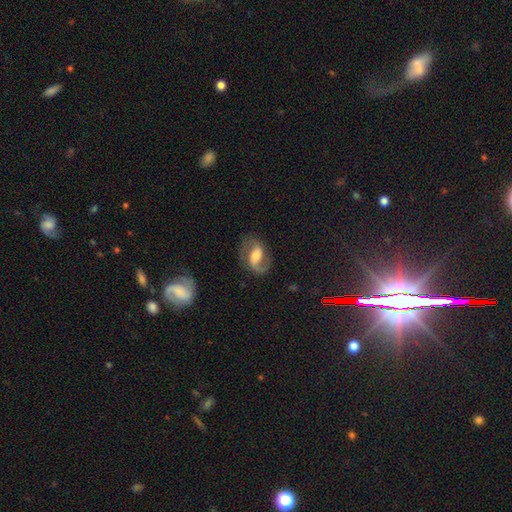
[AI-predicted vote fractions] Smooth or featured? Predicted: featured or disk (p=0.78). Edge-on disk? Predicted: no (p=0.97). Bar? Predicted: weak (p=0.45). Spiral arms? Predicted: yes (p=0.94). Spiral winding? Predicted: medium (p=0.50). Spiral arm count? Predicted: 2 (p=0.84). Bulge size? Predicted: moderate (p=0.52). Merging? Predicted: none (p=0.72).